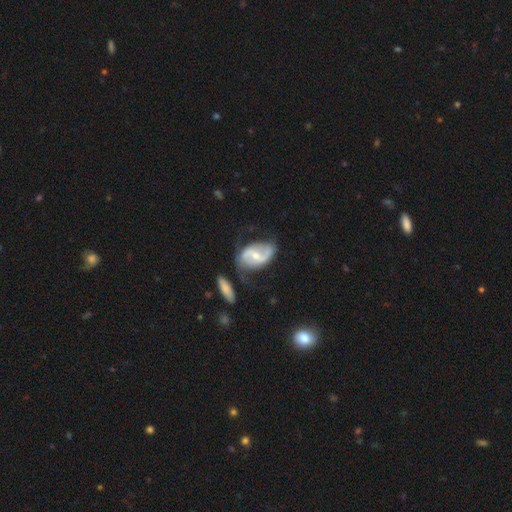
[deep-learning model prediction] Smooth or featured? Predicted: featured or disk (p=0.79). Edge-on disk? Predicted: no (p=0.96). Bar? Predicted: weak (p=0.44). Spiral arms? Predicted: yes (p=0.90). Spiral winding? Predicted: loose (p=0.53). Spiral arm count? Predicted: 2 (p=0.87). Bulge size? Predicted: small (p=0.49). Merging? Predicted: none (p=0.58).